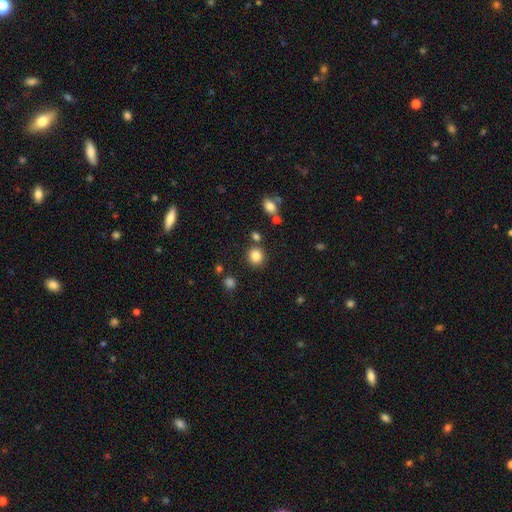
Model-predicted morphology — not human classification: This is clearly a smooth galaxy (84%). How rounded: clearly round (87%). Merging: clearly none (82%).